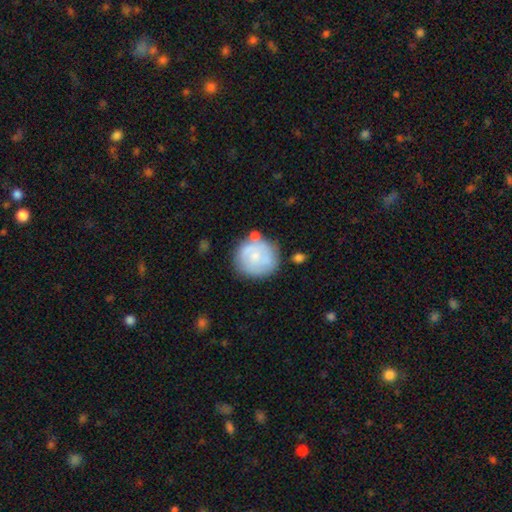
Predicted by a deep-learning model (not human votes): smooth 52%, featured or disk 42%, star or artifact 6%. Down the decision tree: how rounded — round (90%); merging — none (66%).